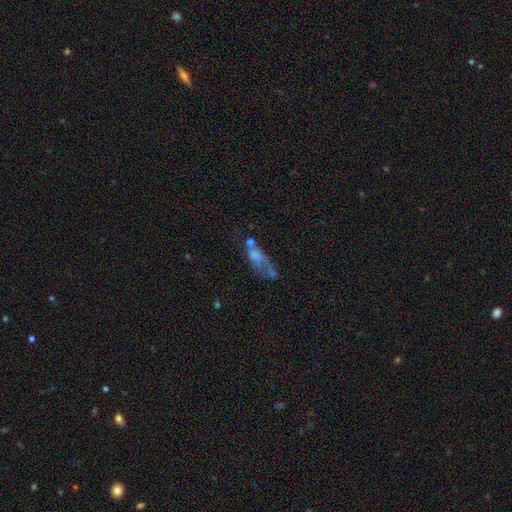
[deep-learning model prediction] Q: Smooth or featured?
A: smooth (51%); runner-up: featured or disk (36%)
Q: How rounded?
A: in between (62%); runner-up: cigar-shaped (32%)
Q: Merging?
A: merger (31%); runner-up: major disturbance (28%)